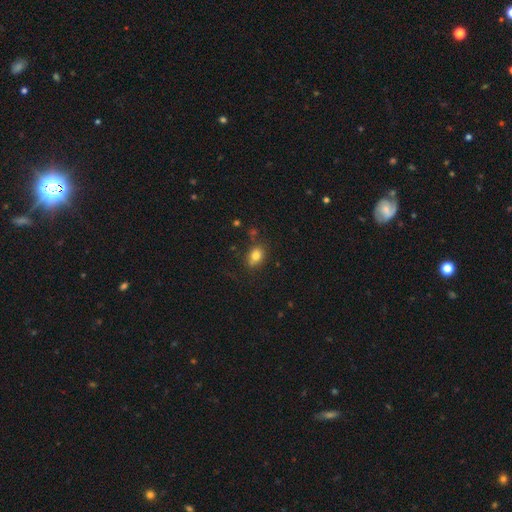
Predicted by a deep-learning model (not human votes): This appears to be a smooth galaxy with no disk features (80%) that is in between round and cigar-shaped (65%). Merging: none (72%).